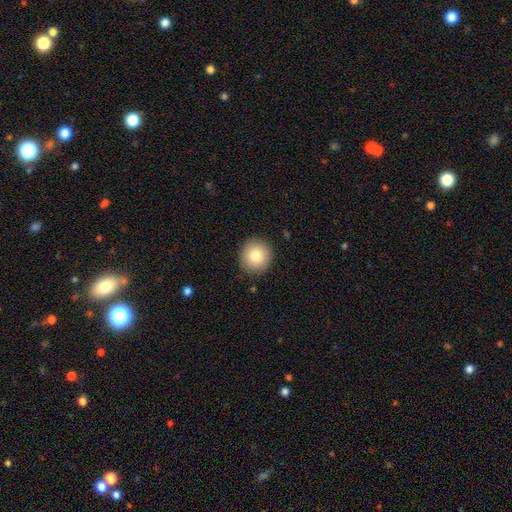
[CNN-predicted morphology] The model was most divided on "smooth or featured": smooth: 83%, star or artifact: 9%, featured or disk: 9%. More confident: how rounded — round (92%); merging — none (90%).